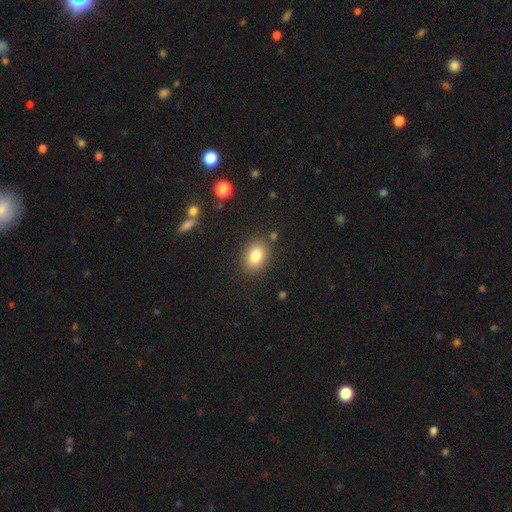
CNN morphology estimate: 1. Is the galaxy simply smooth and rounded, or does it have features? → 82% smooth, 10% star or artifact, 8% featured or disk.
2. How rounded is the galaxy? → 65% in between, 34% round, 1% cigar-shaped.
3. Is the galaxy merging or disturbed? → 84% none, 10% minor disturbance, 3% major disturbance, 3% merger.